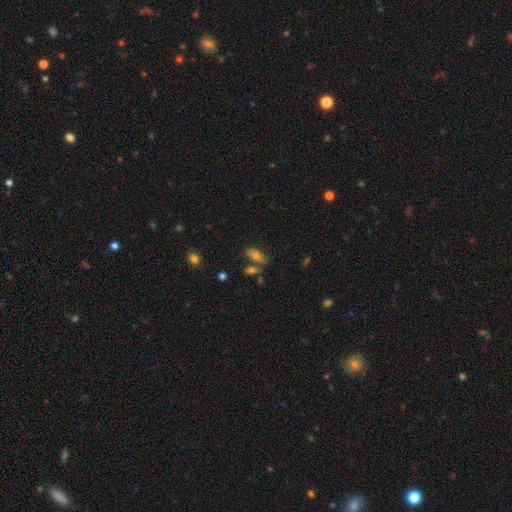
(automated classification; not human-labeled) Q: Smooth or featured?
A: smooth (61%); runner-up: featured or disk (26%)
Q: How rounded?
A: in between (81%); runner-up: cigar-shaped (14%)
Q: Merging?
A: none (61%); runner-up: merger (17%)